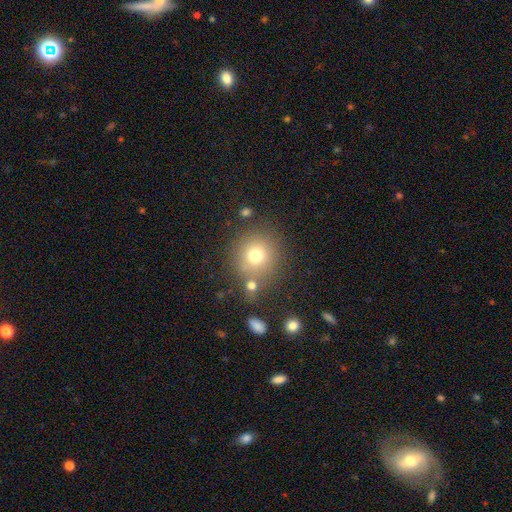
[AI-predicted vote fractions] Overall: smooth (72%). How rounded: round (89%). Merging: none (73%).